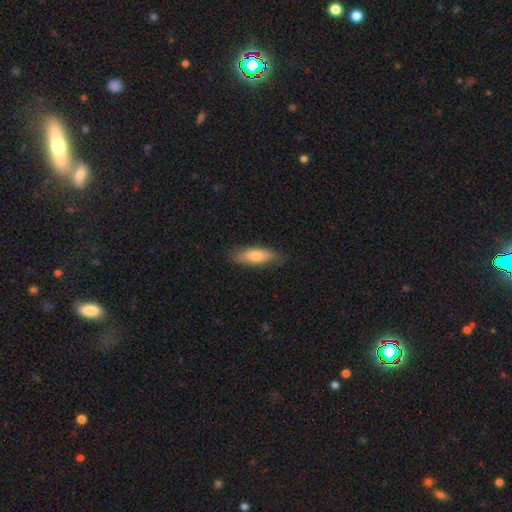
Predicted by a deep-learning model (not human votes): A smooth galaxy with no disk features (72%) that is in between round and cigar-shaped (53%).

Vote fractions:
- Smooth or featured? smooth: 72% / featured or disk: 22% / star or artifact: 6%
- How rounded? in between: 53% / cigar-shaped: 45% / round: 2%
- Merging? none: 84% / minor disturbance: 13% / major disturbance: 2% / merger: 1%